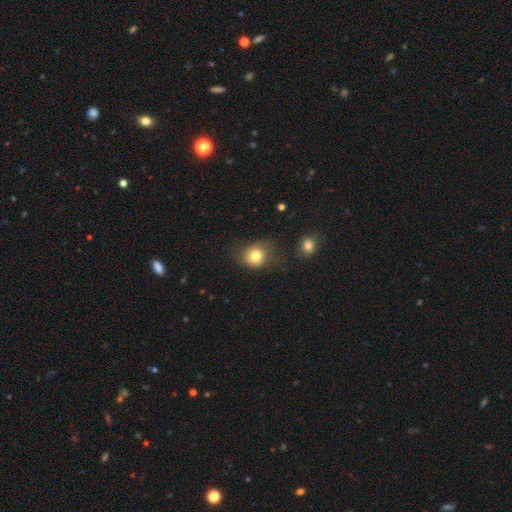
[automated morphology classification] type=smooth (79%); roundness=round (75%); merging=none (64%).